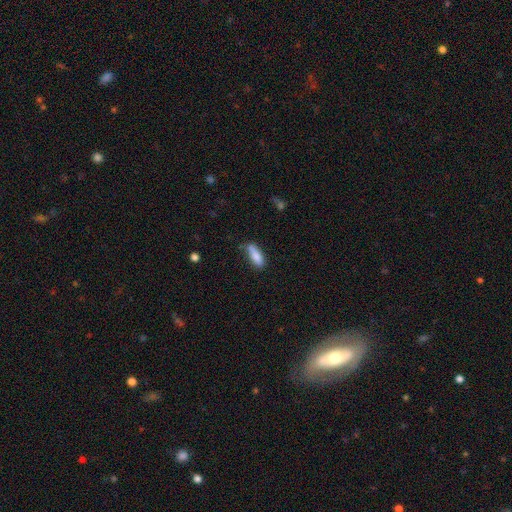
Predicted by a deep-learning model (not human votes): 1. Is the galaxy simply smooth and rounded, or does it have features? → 82% smooth, 11% featured or disk, 7% star or artifact.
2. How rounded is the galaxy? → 56% in between, 42% cigar-shaped, 2% round.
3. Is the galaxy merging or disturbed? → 60% none, 26% minor disturbance, 7% merger, 6% major disturbance.